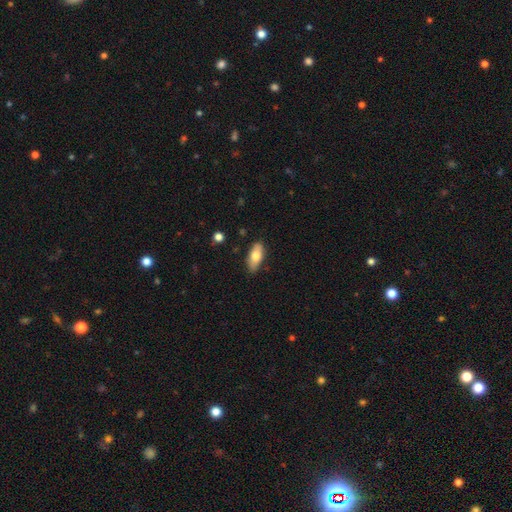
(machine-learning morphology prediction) smooth_or_featured: smooth (p=0.73) [alt: featured or disk p=0.21]
how_rounded: in between (p=0.82) [alt: cigar-shaped p=0.15]
merging: none (p=0.84) [alt: minor disturbance p=0.12]